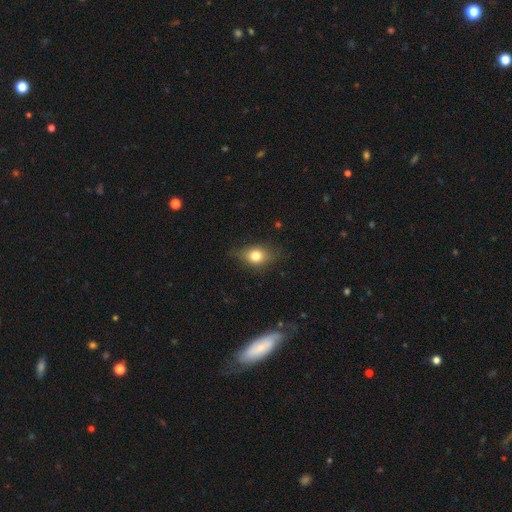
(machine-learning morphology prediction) Smooth or featured?
  - smooth: 75% *
  - featured or disk: 15%
  - star or artifact: 11%
How rounded?
  - in between: 59% *
  - round: 37%
  - cigar-shaped: 3%
Merging?
  - none: 72% *
  - minor disturbance: 22%
  - major disturbance: 6%
  - merger: 1%